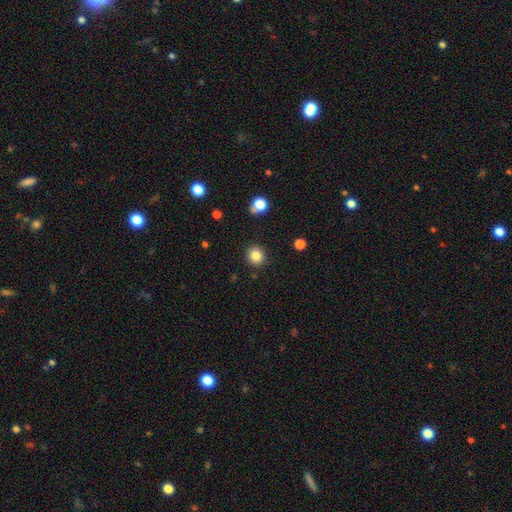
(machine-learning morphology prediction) smooth-or-featured: smooth: 84% | star or artifact: 11% | featured or disk: 5%
  how-rounded: round: 89% | in between: 10% | cigar-shaped: 1%
  merging: none: 90% | minor disturbance: 6% | major disturbance: 2% | merger: 2%